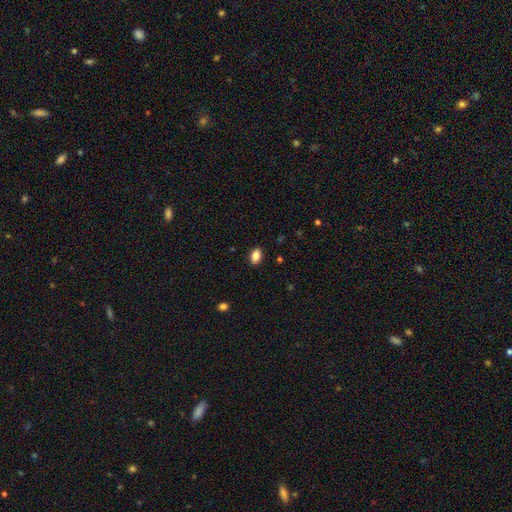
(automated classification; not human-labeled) This is clearly a smooth galaxy (84%). How rounded: clearly in between (88%). Merging: clearly none (88%).